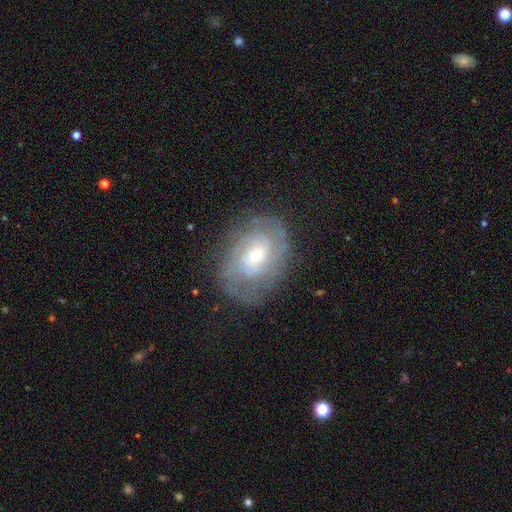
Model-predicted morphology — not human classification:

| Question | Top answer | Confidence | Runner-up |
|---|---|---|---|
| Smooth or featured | featured or disk | 76% | smooth (17%) |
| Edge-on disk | no | 96% | yes (4%) |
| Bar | no | 59% | weak (34%) |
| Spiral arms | yes | 88% | no (12%) |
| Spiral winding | tight | 63% | medium (28%) |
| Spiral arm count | can't tell | 42% | 2 (31%) |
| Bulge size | small | 55% | moderate (40%) |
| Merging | none | 72% | minor disturbance (18%) |